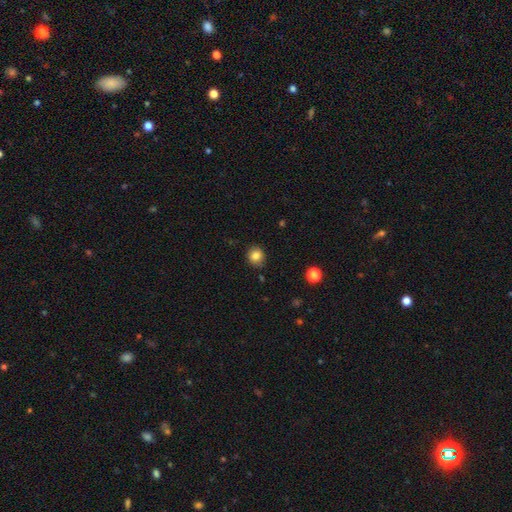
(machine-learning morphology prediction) A smooth galaxy with no disk features (83%) that is round (85%). Merging: none (85%).